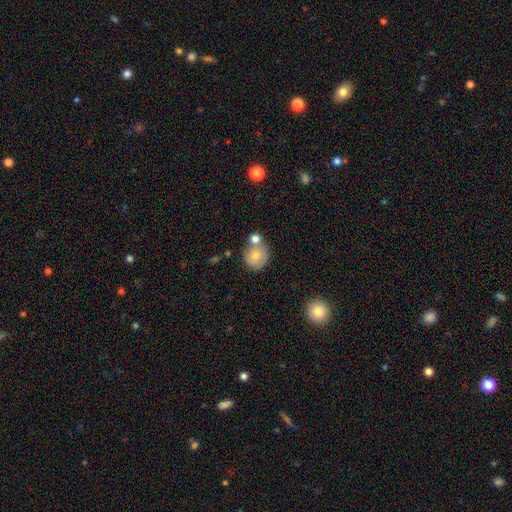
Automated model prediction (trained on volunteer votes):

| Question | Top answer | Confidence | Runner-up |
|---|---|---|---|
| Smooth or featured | smooth | 76% | featured or disk (15%) |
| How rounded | round | 87% | in between (12%) |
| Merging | none | 54% | merger (30%) |